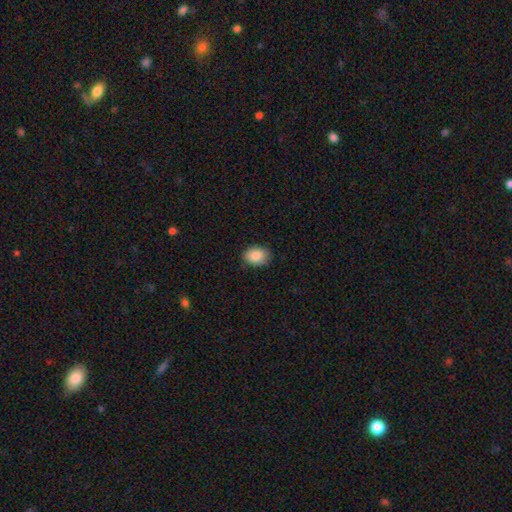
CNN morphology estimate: Q: Smooth or featured?
A: smooth (87%); runner-up: star or artifact (8%)
Q: How rounded?
A: in between (70%); runner-up: round (29%)
Q: Merging?
A: none (85%); runner-up: minor disturbance (12%)